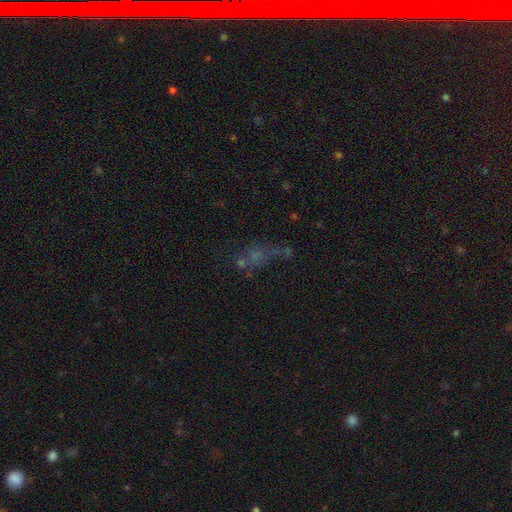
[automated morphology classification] type=smooth (37%, tied with star or artifact); merging=none (40%).